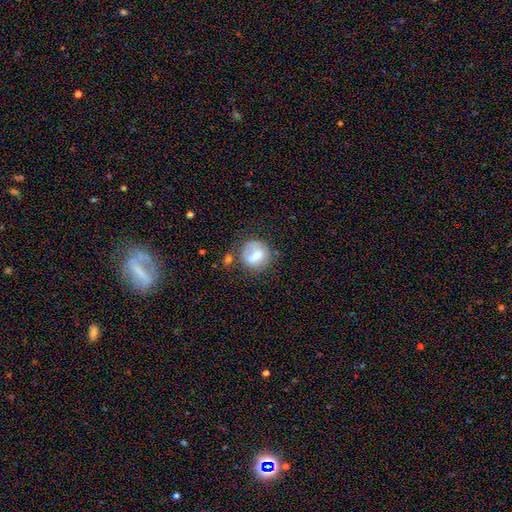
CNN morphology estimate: A smooth galaxy with no disk features (62%) that is round (80%). Merging: none (56%).